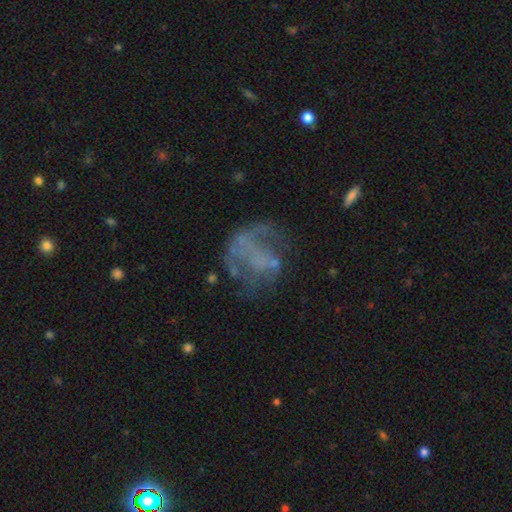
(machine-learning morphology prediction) This appears to be a featured or disk galaxy (60%) with no bar (81%), no spiral arms (68%) and no central bulge (78%). Merging: none (39%).